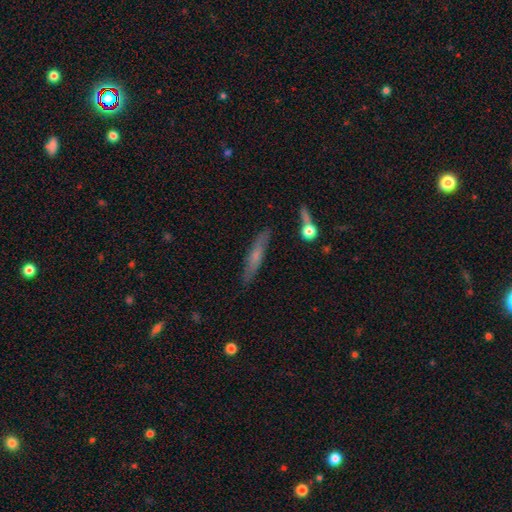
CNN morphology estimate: smooth-or-featured: featured or disk: 48% | smooth: 45% | star or artifact: 8%
  merging: none: 83% | minor disturbance: 12% | major disturbance: 3% | merger: 2%